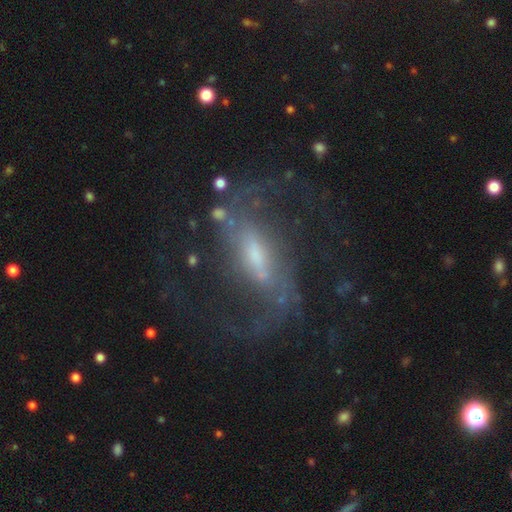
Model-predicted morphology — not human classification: A featured or disk galaxy (88%) with a weak bar (43%, tied with strong), 2 (91%) loose (50%) spiral arms (95%) and a small central bulge (49%). Merging: none (71%).